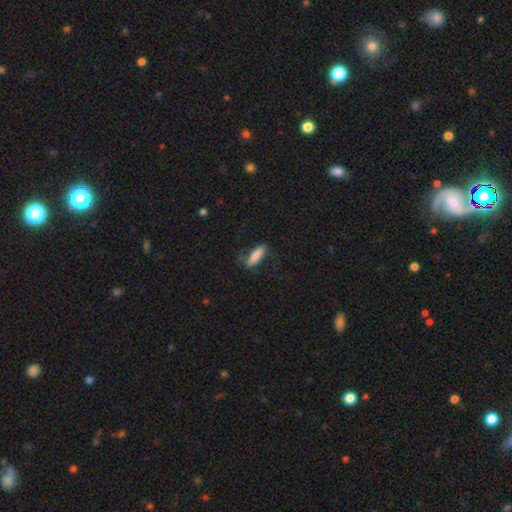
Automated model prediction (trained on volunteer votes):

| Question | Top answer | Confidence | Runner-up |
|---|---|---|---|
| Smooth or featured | smooth | 71% | featured or disk (22%) |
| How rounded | cigar-shaped | 54% | in between (44%) |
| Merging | none | 60% | minor disturbance (23%) |